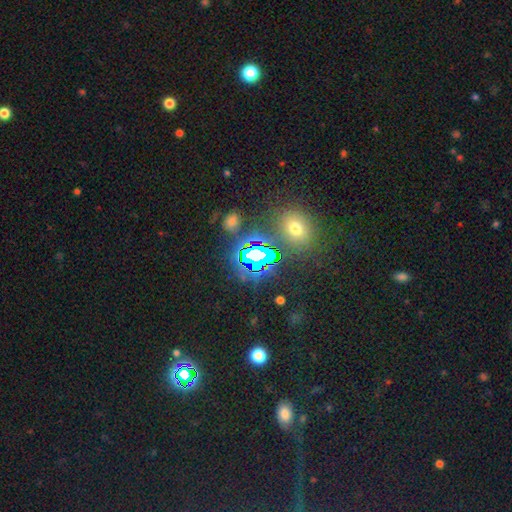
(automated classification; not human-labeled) This is likely a star or artifact rather than a galaxy (74%).